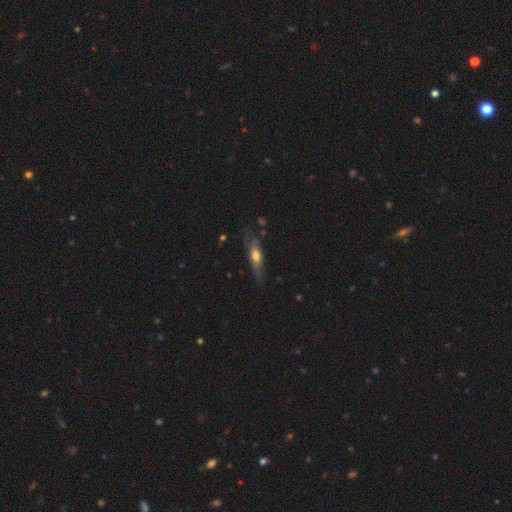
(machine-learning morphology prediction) featured or disk 48%, smooth 44%, star or artifact 7%. Down the decision tree: merging — none (64%).